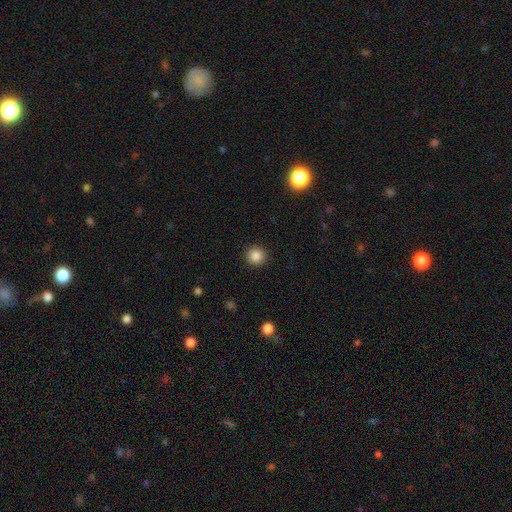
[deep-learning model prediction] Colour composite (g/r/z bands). It shows a smooth galaxy with no disk features (86%) that is round (94%). Merging: none (92%).